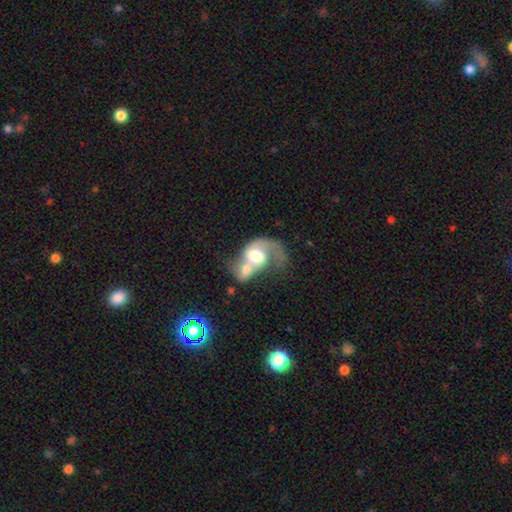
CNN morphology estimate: type=featured or disk (59%); edge-on=no (97%); bar=no (68%); spiral arms=yes (76%); bulge=moderate (52%); merging=merger (74%).